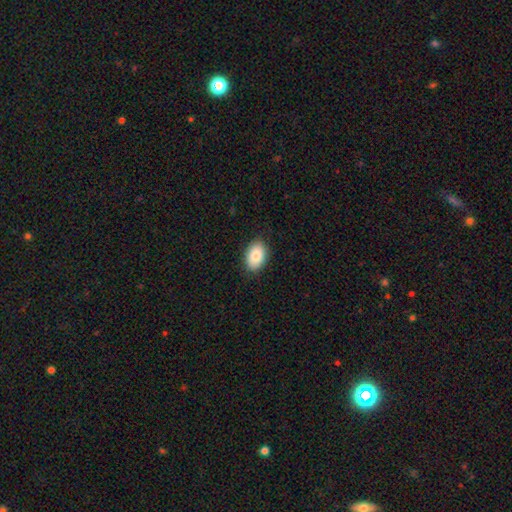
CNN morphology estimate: Smooth or featured? smooth (85%)
How rounded? in between (88%)
Merging? none (87%)